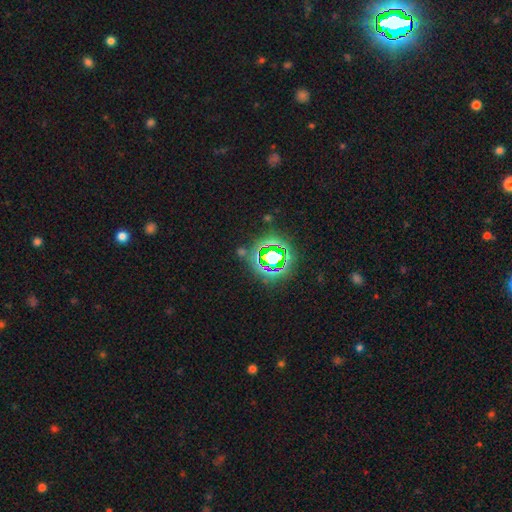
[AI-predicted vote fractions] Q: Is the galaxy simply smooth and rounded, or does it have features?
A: star or artifact — 78%.